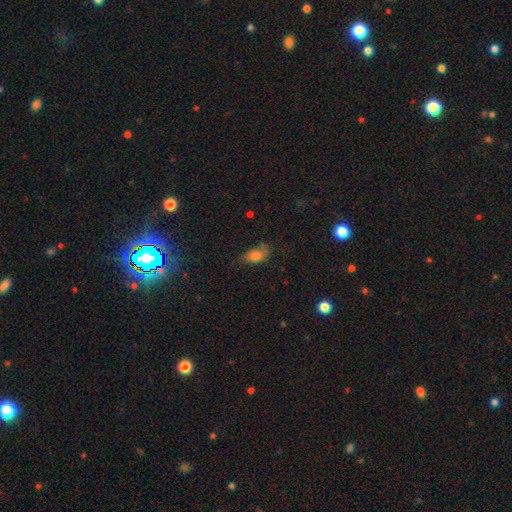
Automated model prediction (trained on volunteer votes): Smooth or featured?
  - smooth: 75% *
  - featured or disk: 13%
  - star or artifact: 11%
How rounded?
  - in between: 86% *
  - round: 10%
  - cigar-shaped: 4%
Merging?
  - none: 44% *
  - minor disturbance: 37%
  - major disturbance: 16%
  - merger: 3%